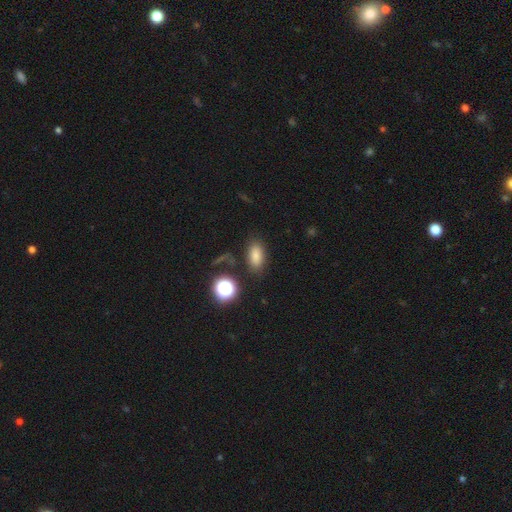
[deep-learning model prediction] Smooth or featured? Predicted: smooth (p=0.79). How rounded? Predicted: in between (p=0.85). Merging? Predicted: none (p=0.80).